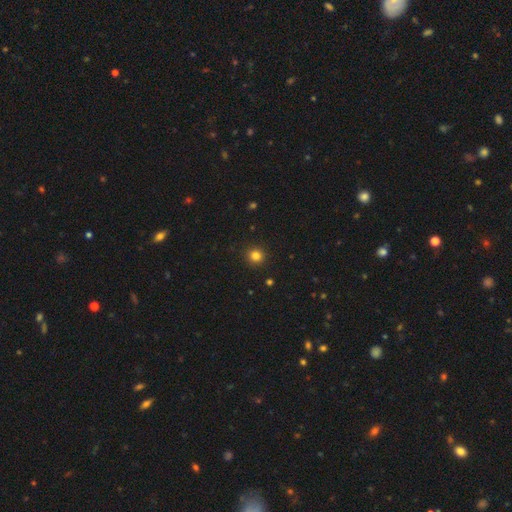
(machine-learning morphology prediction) This is clearly a smooth galaxy (82%). How rounded: clearly round (92%). Merging: clearly none (92%).